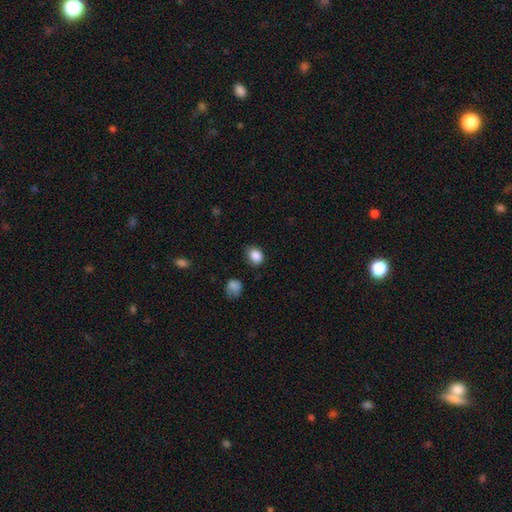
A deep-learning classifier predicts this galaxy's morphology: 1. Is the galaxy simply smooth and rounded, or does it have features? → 87% smooth, 9% star or artifact, 4% featured or disk.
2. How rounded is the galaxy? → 55% round, 44% in between, 1% cigar-shaped.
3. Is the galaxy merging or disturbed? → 71% none, 22% minor disturbance, 5% major disturbance, 2% merger.